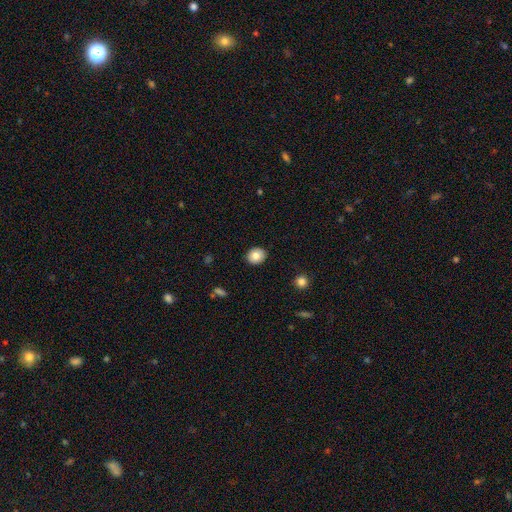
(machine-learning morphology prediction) type=smooth (82%); roundness=round (68%); merging=none (90%).